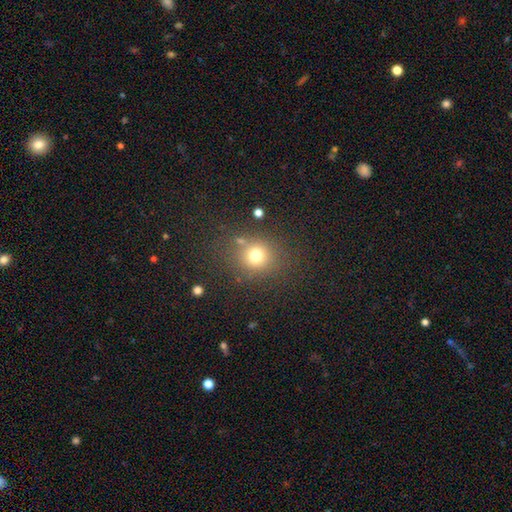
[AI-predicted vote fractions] smooth_or_featured: smooth (p=0.73) [alt: star or artifact p=0.17]
how_rounded: round (p=0.82) [alt: in between p=0.17]
merging: none (p=0.78) [alt: minor disturbance p=0.11]